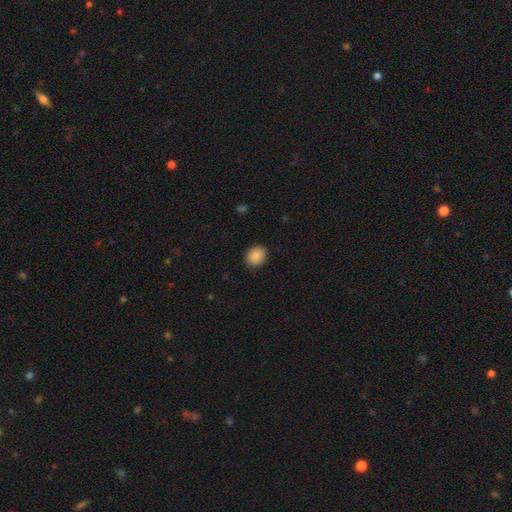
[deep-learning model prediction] A smooth galaxy with no disk features (87%) that is round (54%). Merging: none (89%).